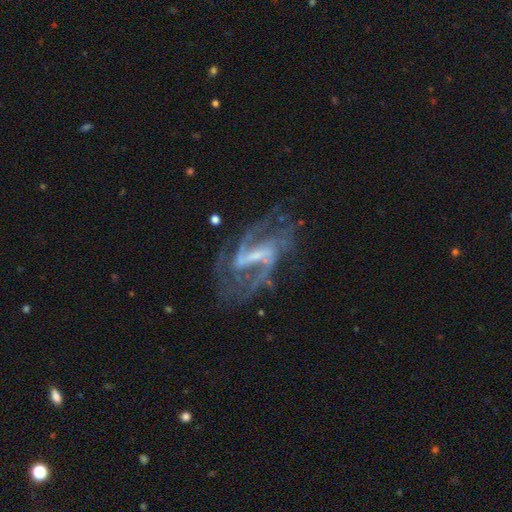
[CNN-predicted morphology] Q: Smooth or featured?
A: featured or disk (88%); runner-up: star or artifact (7%)
Q: Edge-on disk?
A: no (95%); runner-up: yes (5%)
Q: Bar?
A: strong (54%); runner-up: weak (35%)
Q: Spiral arms?
A: yes (94%); runner-up: no (6%)
Q: Spiral winding?
A: medium (51%); runner-up: loose (28%)
Q: Spiral arm count?
A: 2 (63%); runner-up: can't tell (14%)
Q: Bulge size?
A: small (46%); runner-up: none (26%)
Q: Merging?
A: none (60%); runner-up: major disturbance (19%)